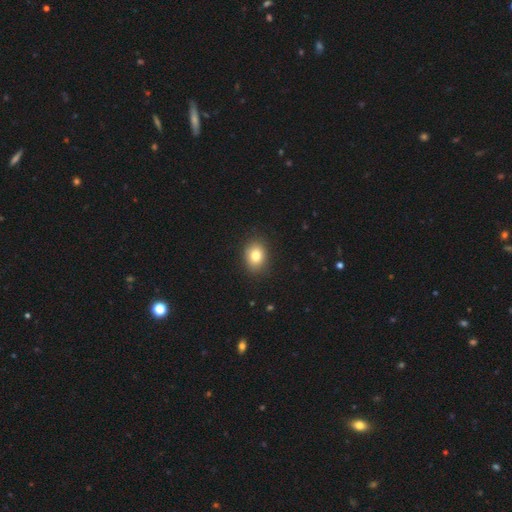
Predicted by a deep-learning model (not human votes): Smooth or featured? smooth (81%)
How rounded? in between (61%)
Merging? none (88%)